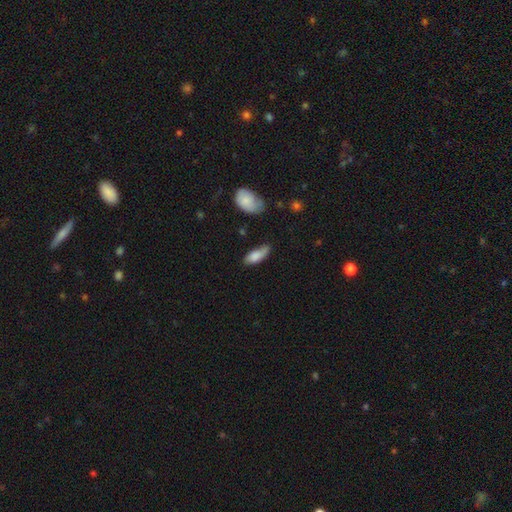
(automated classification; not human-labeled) Q: Smooth or featured?
A: smooth (79%); runner-up: featured or disk (15%)
Q: How rounded?
A: in between (75%); runner-up: cigar-shaped (23%)
Q: Merging?
A: none (55%); runner-up: minor disturbance (33%)